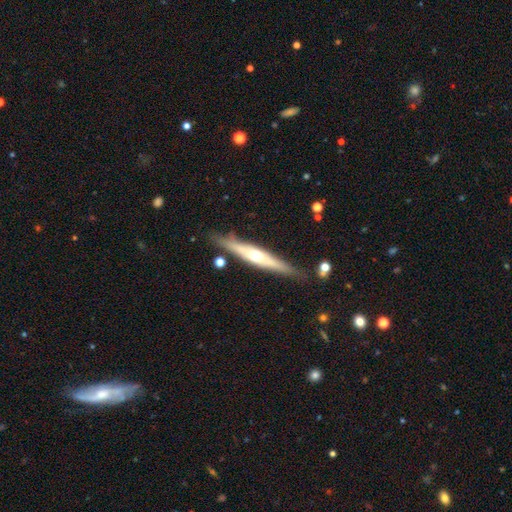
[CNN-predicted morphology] A featured or disk galaxy (65%) viewed edge-on (93%) with a rounded central bulge (85%).

Vote fractions:
- Smooth or featured? featured or disk: 65% / smooth: 29% / star or artifact: 6%
- Edge-on disk? yes: 93% / no: 7%
- Edge-on bulge? rounded: 85% / none: 9% / boxy: 6%
- Merging? none: 84% / minor disturbance: 11% / merger: 3% / major disturbance: 3%